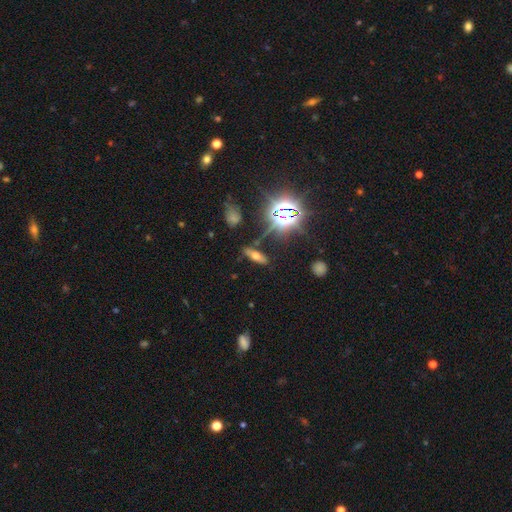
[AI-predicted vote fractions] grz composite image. It shows a smooth galaxy with no disk features (45%). Merging: none (81%).